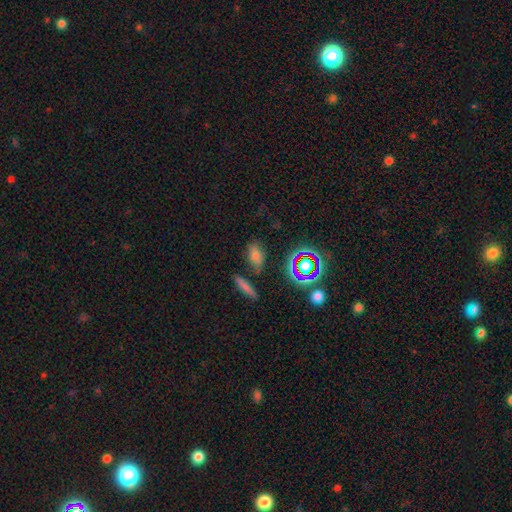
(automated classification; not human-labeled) A smooth galaxy with no disk features (70%) that is in between round and cigar-shaped (81%). Merging: none (76%).